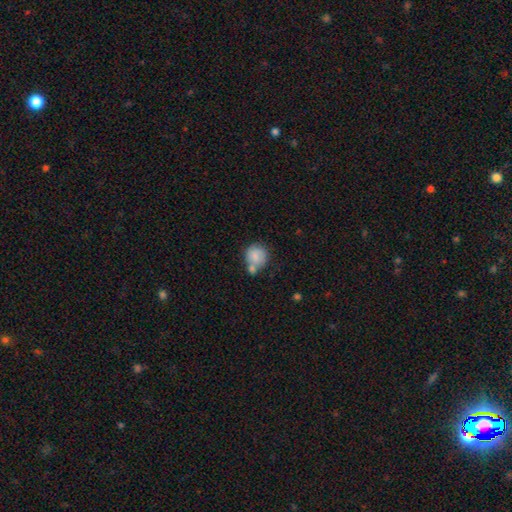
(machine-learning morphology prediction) This is clearly a smooth galaxy (82%). How rounded: likely round (77%). Merging: marginally none (40%).